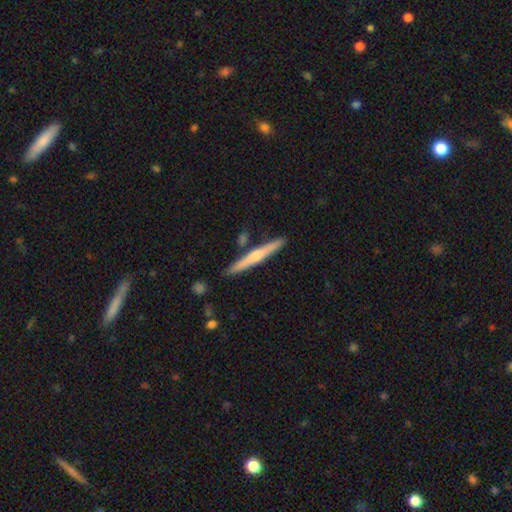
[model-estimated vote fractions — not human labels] Morphology: type=featured or disk (52%); edge-on=yes (97%); edge-on bulge=rounded (69%); merging=none (86%).